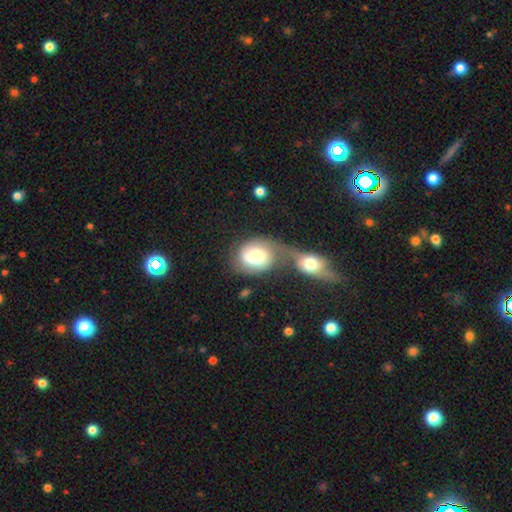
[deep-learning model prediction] smooth 48%, featured or disk 46%, star or artifact 7%. Down the decision tree: merging — merger (59%).